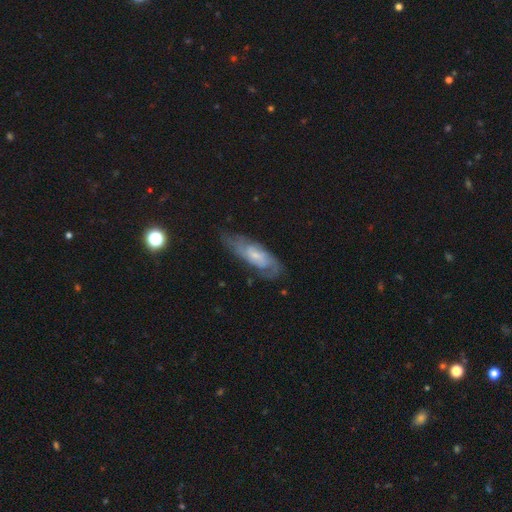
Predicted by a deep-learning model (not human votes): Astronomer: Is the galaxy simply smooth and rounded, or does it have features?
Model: featured or disk — 69%.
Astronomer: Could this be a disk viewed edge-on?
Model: no — 86%.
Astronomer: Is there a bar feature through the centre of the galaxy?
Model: no — 53% (runner-up: weak, 39%).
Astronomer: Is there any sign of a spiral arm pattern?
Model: yes — 89%.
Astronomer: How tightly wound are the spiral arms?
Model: tight — 46% (runner-up: medium, 41%).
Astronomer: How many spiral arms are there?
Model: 2 — 46% (runner-up: can't tell, 36%).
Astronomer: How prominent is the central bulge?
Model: small — 60%.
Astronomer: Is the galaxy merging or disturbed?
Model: none — 63%.